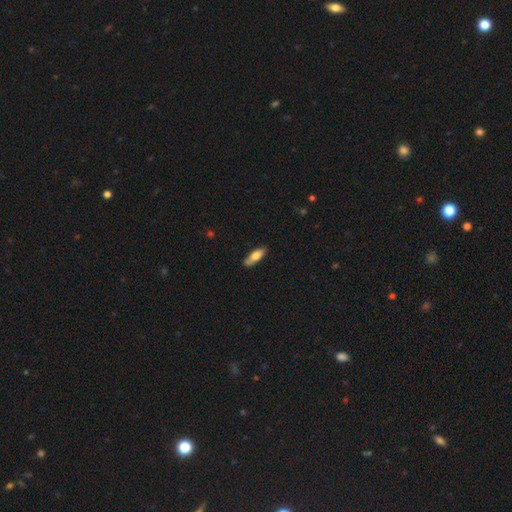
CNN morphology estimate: type=smooth (70%); roundness=in between (60%); merging=none (79%).